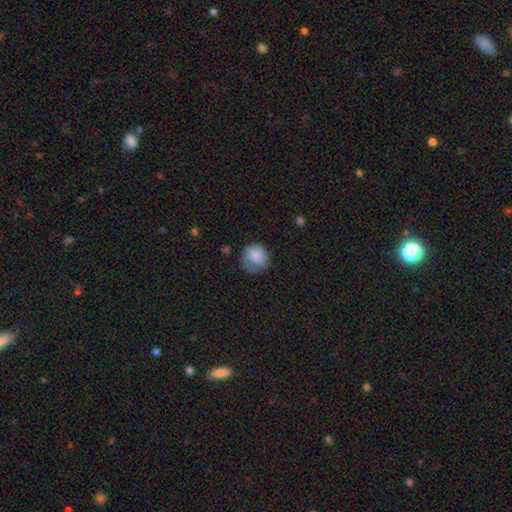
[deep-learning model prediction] Smooth or featured? smooth (81%)
How rounded? round (83%)
Merging? none (53%)